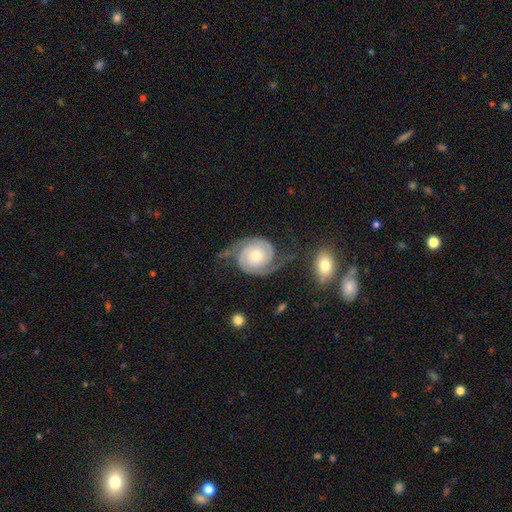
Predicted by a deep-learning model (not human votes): smooth-or-featured: featured or disk: 87% | smooth: 8% | star or artifact: 5%
  disk-edge-on: no: 98% | yes: 2%
    bar: no: 77% | weak: 18% | strong: 5%
    has-spiral-arms: yes: 97% | no: 3%
      spiral-winding: tight: 54% | medium: 33% | loose: 13%
      spiral-arm-count: 2: 91% | can't tell: 3% | 1: 2% | 3: 2% | 4: 1% | more than 4: 1%
    bulge-size: moderate: 53% | small: 33% | large: 10% | none: 3% | dominant: 2%
  merging: none: 63% | minor disturbance: 20% | major disturbance: 13% | merger: 4%